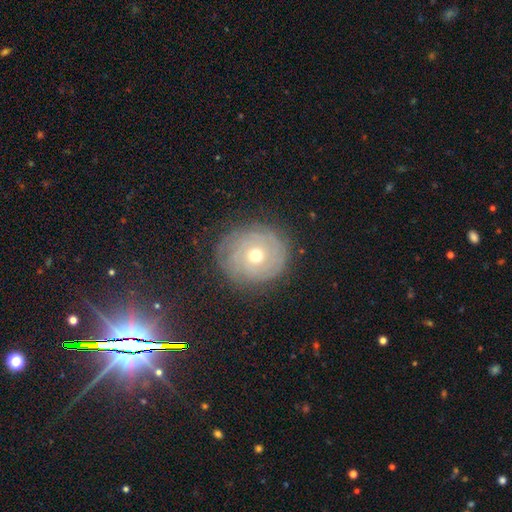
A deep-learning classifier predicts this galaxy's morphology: A featured or disk galaxy (66%) with no bar (86%), spiral arms (78%) and a moderate central bulge (68%).

Vote fractions:
- Smooth or featured? featured or disk: 66% / smooth: 24% / star or artifact: 10%
- Edge-on disk? no: 97% / yes: 3%
- Bar? no: 86% / weak: 11% / strong: 3%
- Spiral arms? yes: 78% / no: 22%
- Bulge size? moderate: 68% / small: 27% / large: 3% / dominant: 1% / none: 1%
- Merging? none: 80% / minor disturbance: 13% / major disturbance: 5% / merger: 1%